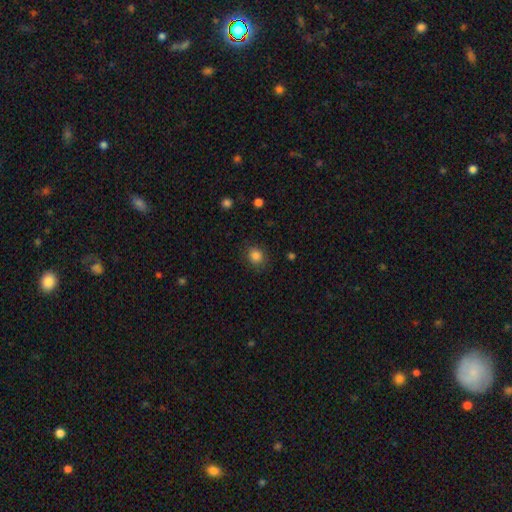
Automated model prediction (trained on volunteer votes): The model was most divided on "how rounded": round: 72%, in between: 27%, cigar-shaped: 1%. More confident: smooth or featured — smooth (85%); merging — none (84%).